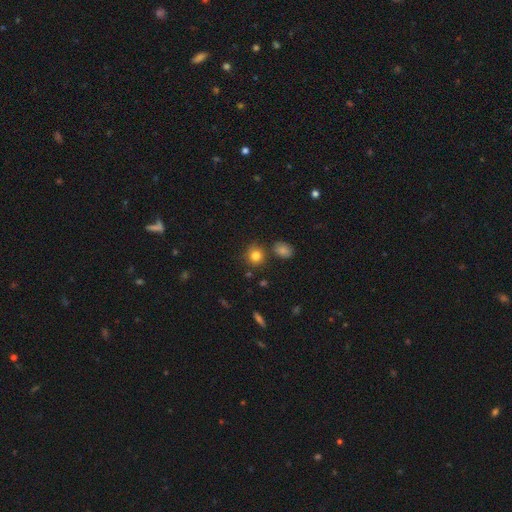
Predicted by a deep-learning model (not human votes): Smooth or featured? Predicted: smooth (p=0.83). How rounded? Predicted: round (p=0.85). Merging? Predicted: none (p=0.79).